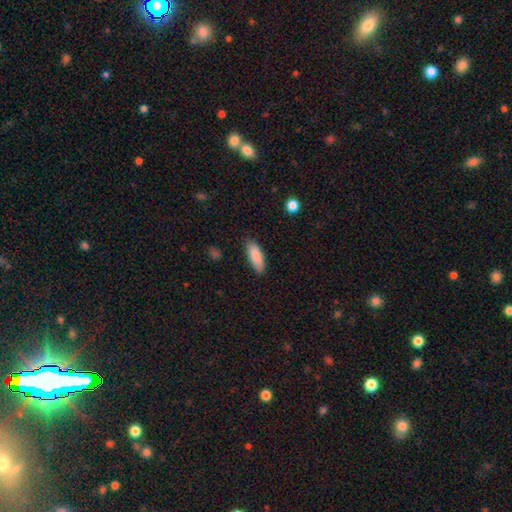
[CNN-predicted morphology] Overall: smooth (88%). How rounded: in between (65%; cigar-shaped 33%). Merging: none (84%).